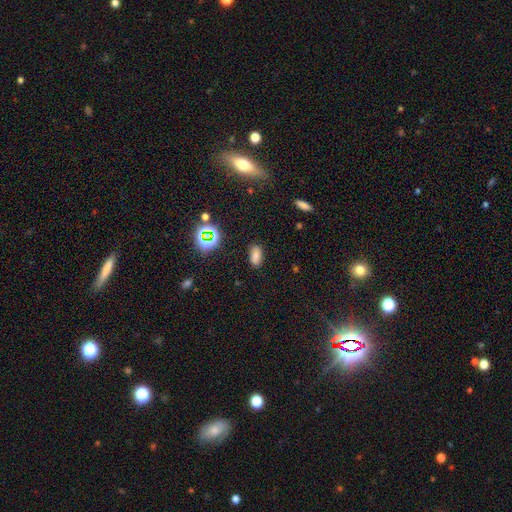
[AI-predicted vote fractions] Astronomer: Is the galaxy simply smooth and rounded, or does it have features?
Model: smooth — 72%.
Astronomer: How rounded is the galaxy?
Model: in between — 90%.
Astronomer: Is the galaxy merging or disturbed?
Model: none — 84%.